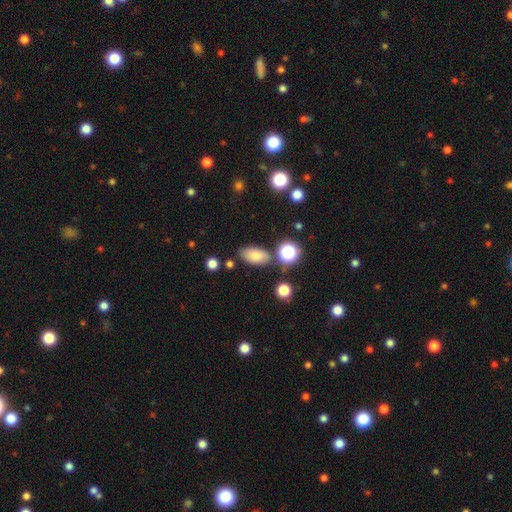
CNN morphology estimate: A smooth galaxy with no disk features (79%) that is in between round and cigar-shaped (90%). Merging: none (76%).